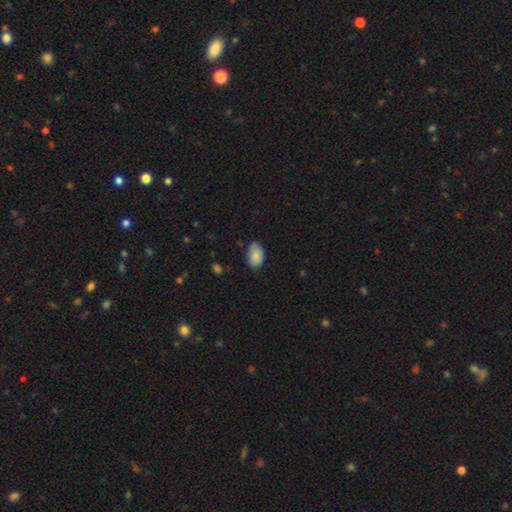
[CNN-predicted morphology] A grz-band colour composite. It shows a smooth galaxy with no disk features (87%) that is in between round and cigar-shaped (92%). Merging: none (75%).